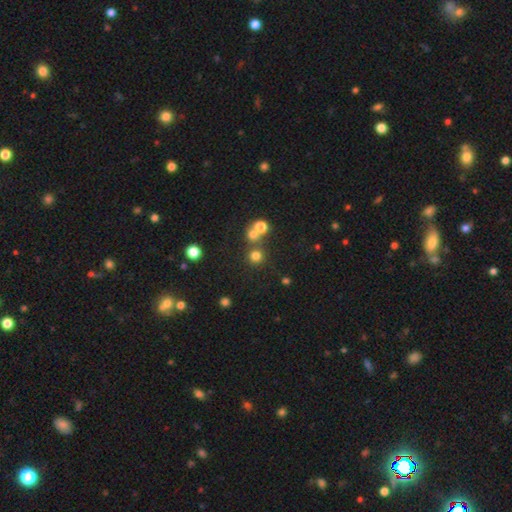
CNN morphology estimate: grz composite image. It shows a smooth galaxy with no disk features (73%) that is round (92%). Merging: none (70%).